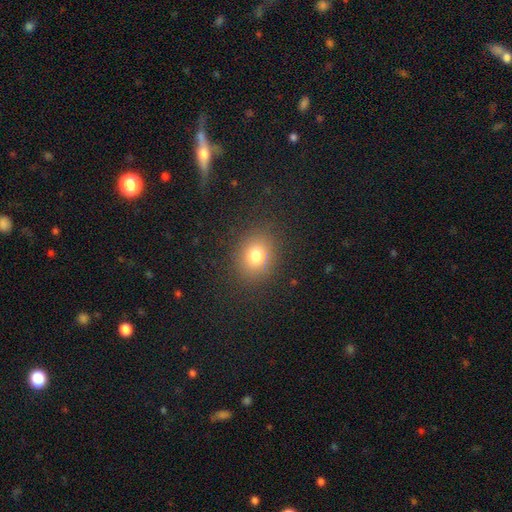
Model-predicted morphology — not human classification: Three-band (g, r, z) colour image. It shows a smooth galaxy with no disk features (77%) that is round (55%). Merging: none (85%).